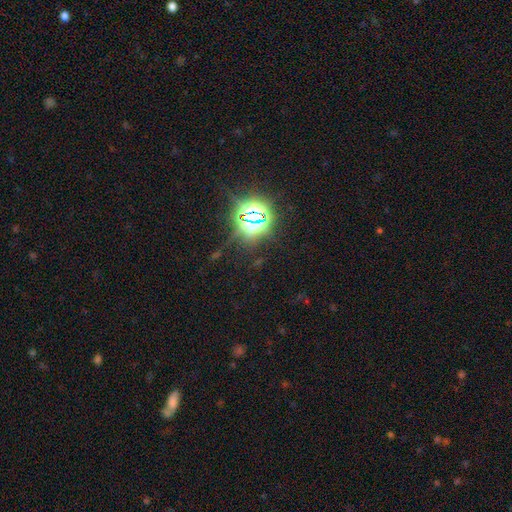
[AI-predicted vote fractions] Smooth or featured: star or artifact — 82% (smooth — 12%)